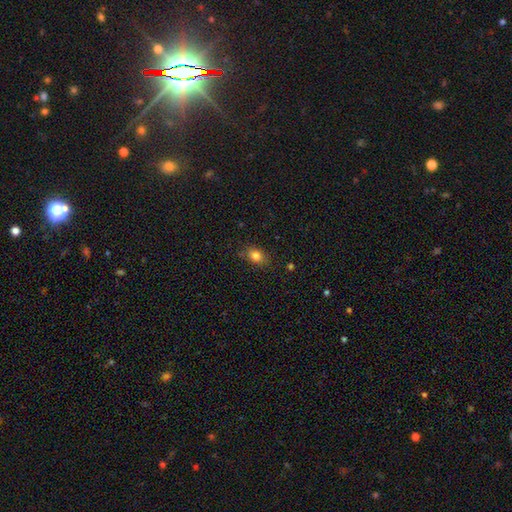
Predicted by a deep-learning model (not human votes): A smooth galaxy with no disk features (82%) that is in between round and cigar-shaped (67%).

Vote fractions:
- Smooth or featured? smooth: 82% / star or artifact: 11% / featured or disk: 7%
- How rounded? in between: 67% / round: 31% / cigar-shaped: 2%
- Merging? none: 80% / minor disturbance: 15% / major disturbance: 4% / merger: 2%